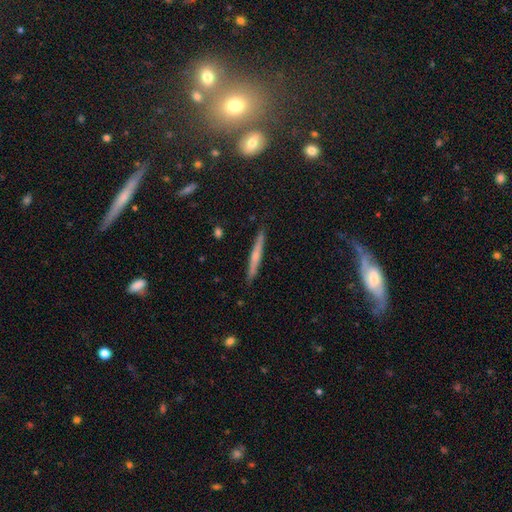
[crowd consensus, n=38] Smooth or featured: featured or disk — 53% (smooth — 42%)
Edge-on disk: yes — 95% (no — 5%)
Edge-on bulge: rounded — 58% (none — 37%)
Merging: none — 89% (minor disturbance — 6%)